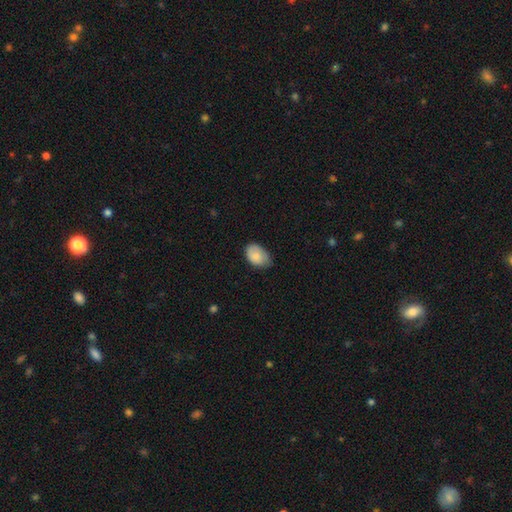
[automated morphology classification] type=smooth (83%); roundness=in between (87%); merging=none (55%).